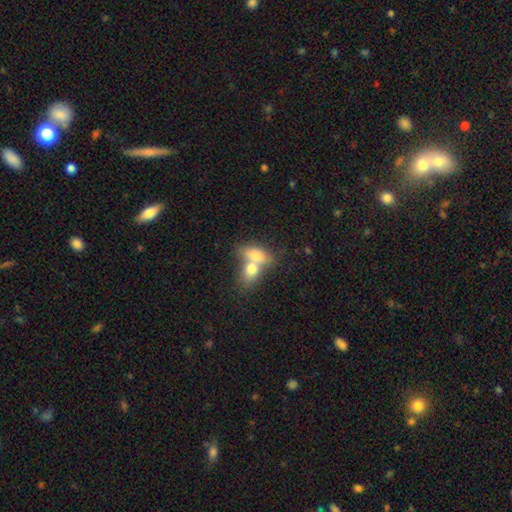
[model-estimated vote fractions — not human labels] Smooth or featured? smooth (74%)
How rounded? in between (81%)
Merging? merger (71%)